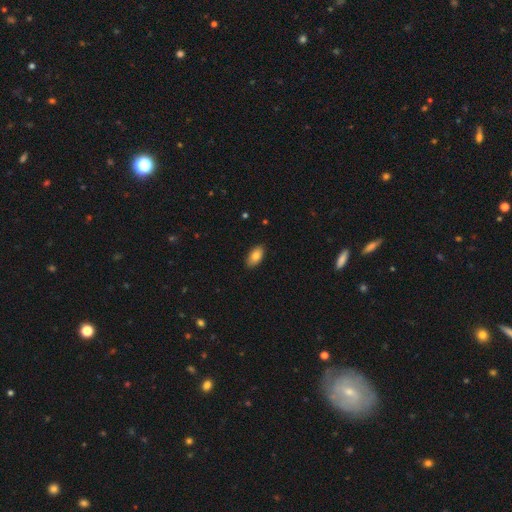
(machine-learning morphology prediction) The model was most divided on "smooth or featured": smooth: 83%, featured or disk: 10%, star or artifact: 7%. More confident: how rounded — in between (94%); merging — none (87%).